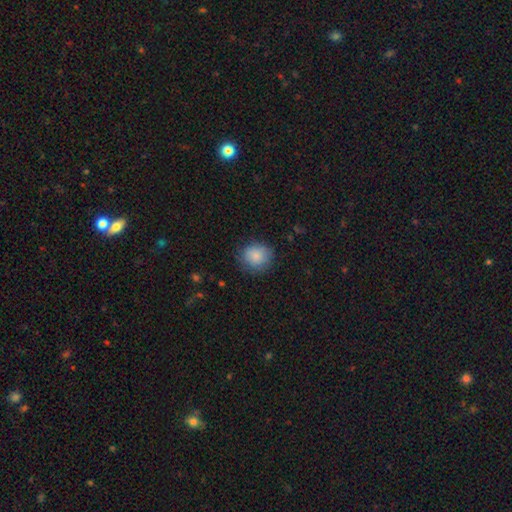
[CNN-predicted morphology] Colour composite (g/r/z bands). It shows a smooth galaxy with no disk features (85%) that is round (84%). Merging: none (80%).